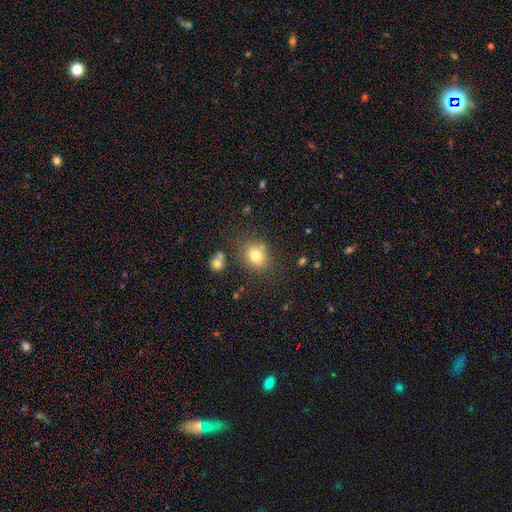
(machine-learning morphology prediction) Q: Smooth or featured?
A: smooth (77%); runner-up: star or artifact (12%)
Q: How rounded?
A: round (63%); runner-up: in between (36%)
Q: Merging?
A: none (75%); runner-up: minor disturbance (12%)